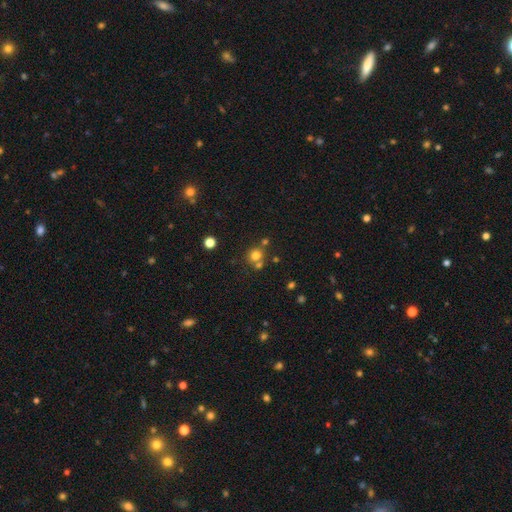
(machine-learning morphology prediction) The model was most divided on "merging": none: 61%, merger: 27%, minor disturbance: 9%, major disturbance: 4%. More confident: how rounded — round (88%); smooth or featured — smooth (74%).